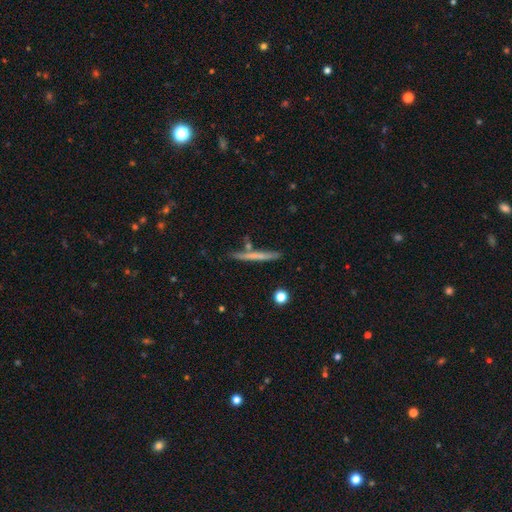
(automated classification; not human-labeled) This appears to be a smooth galaxy with no disk features (52%) that is cigar-shaped (95%). Merging: none (80%).